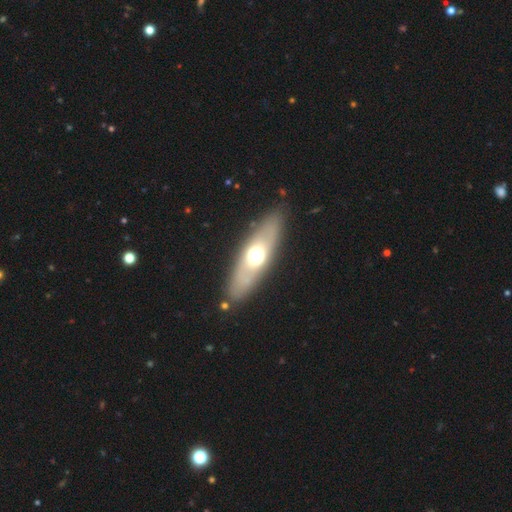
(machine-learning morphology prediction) smooth_or_featured: smooth (p=0.51) [alt: featured or disk p=0.42]
how_rounded: in between (p=0.51) [alt: cigar-shaped p=0.44]
merging: none (p=0.86) [alt: minor disturbance p=0.09]